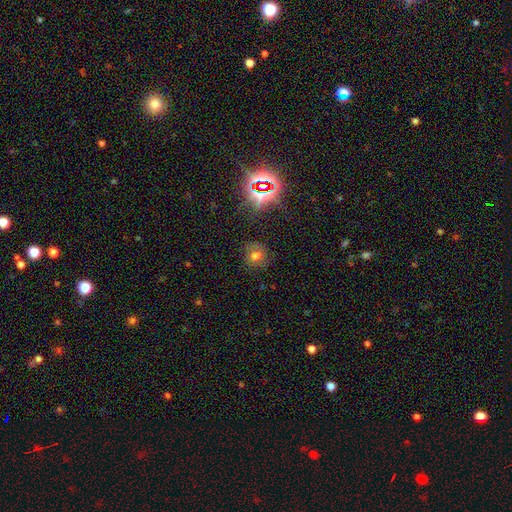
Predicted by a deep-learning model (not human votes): Smooth or featured: smooth — 55% (star or artifact — 30%)
How rounded: round — 69% (in between — 29%)
Merging: none — 69% (minor disturbance — 17%)